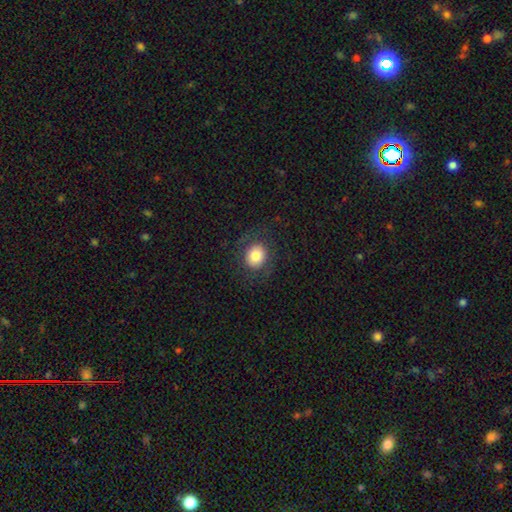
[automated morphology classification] smooth 78%, featured or disk 12%, star or artifact 10%. Down the decision tree: how rounded — round (73%); merging — none (82%).